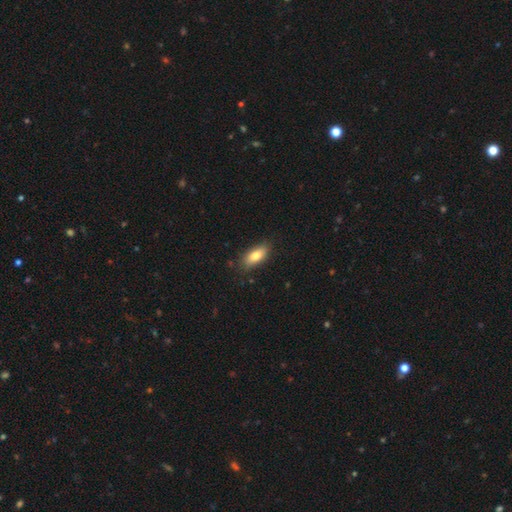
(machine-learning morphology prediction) Overall: smooth (80%). How rounded: in between (84%). Merging: none (82%).